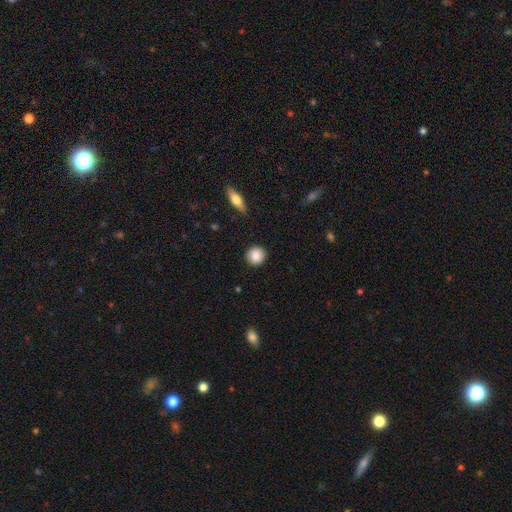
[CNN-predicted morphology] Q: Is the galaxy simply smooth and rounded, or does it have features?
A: smooth — 86%.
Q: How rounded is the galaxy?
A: round — 92%.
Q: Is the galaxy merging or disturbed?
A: none — 92%.